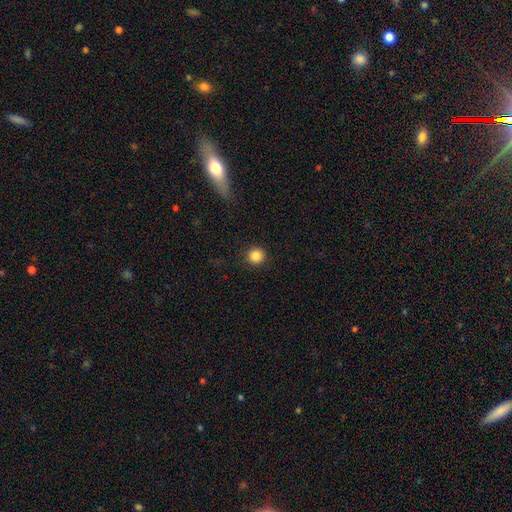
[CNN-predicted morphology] Smooth or featured?
  - smooth: 86% *
  - star or artifact: 10%
  - featured or disk: 4%
How rounded?
  - round: 95% *
  - in between: 4%
  - cigar-shaped: 1%
Merging?
  - none: 91% *
  - minor disturbance: 5%
  - major disturbance: 2%
  - merger: 1%